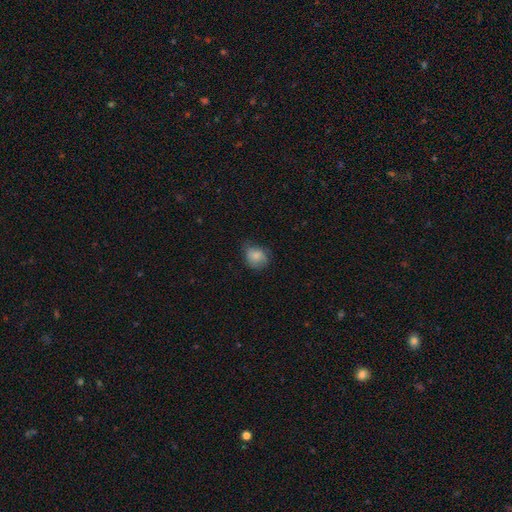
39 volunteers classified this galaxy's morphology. smooth-or-featured: smooth: 87% | featured or disk: 10% | star or artifact: 3%
  how-rounded: round: 82% | in between: 18% | cigar-shaped: 0%
  merging: none: 45% (tied) | minor disturbance: 45% (tied) | major disturbance: 11% | merger: 0%